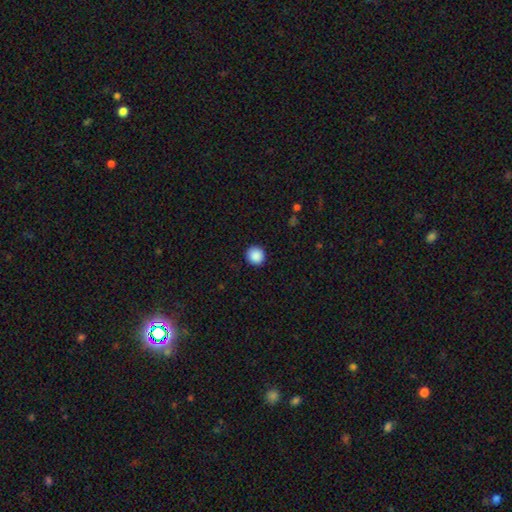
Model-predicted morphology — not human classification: Smooth or featured: smooth — 89% (star or artifact — 8%)
How rounded: round — 92% (in between — 7%)
Merging: none — 92% (minor disturbance — 5%)